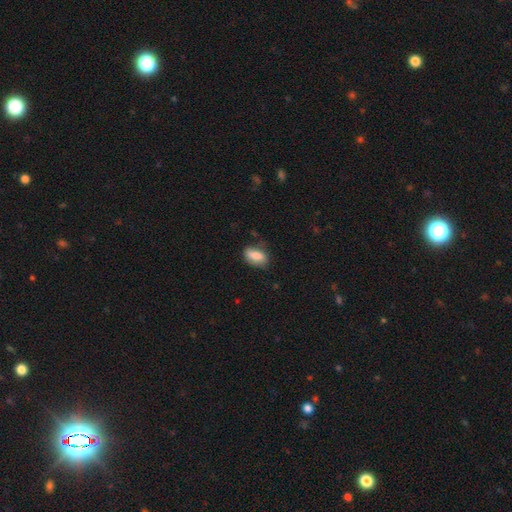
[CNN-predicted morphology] A smooth galaxy with no disk features (78%) that is in between round and cigar-shaped (87%).

Vote fractions:
- Smooth or featured? smooth: 78% / featured or disk: 15% / star or artifact: 7%
- How rounded? in between: 87% / round: 8% / cigar-shaped: 6%
- Merging? none: 66% / minor disturbance: 25% / major disturbance: 6% / merger: 2%